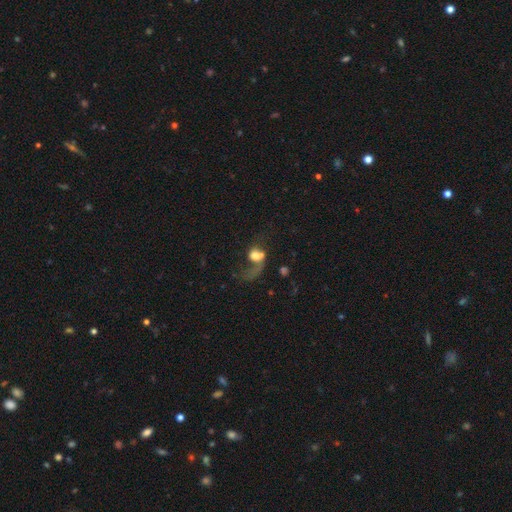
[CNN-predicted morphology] This is possibly a smooth galaxy (49%). Merging: possibly major disturbance (50%).